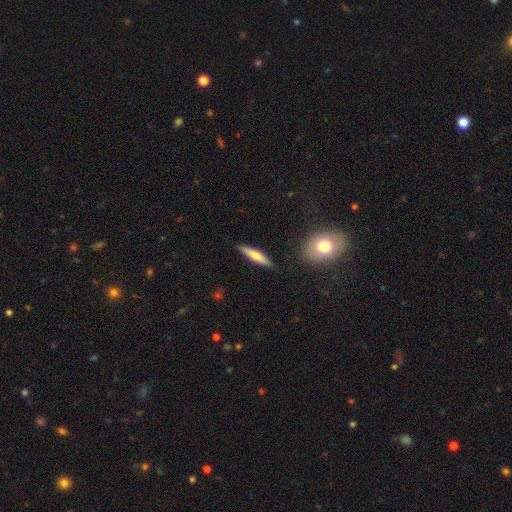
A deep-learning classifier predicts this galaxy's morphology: Smooth or featured?
  - smooth: 63% *
  - featured or disk: 31%
  - star or artifact: 6%
How rounded?
  - cigar-shaped: 82% *
  - in between: 16%
  - round: 2%
Merging?
  - none: 87% *
  - minor disturbance: 9%
  - major disturbance: 2%
  - merger: 2%